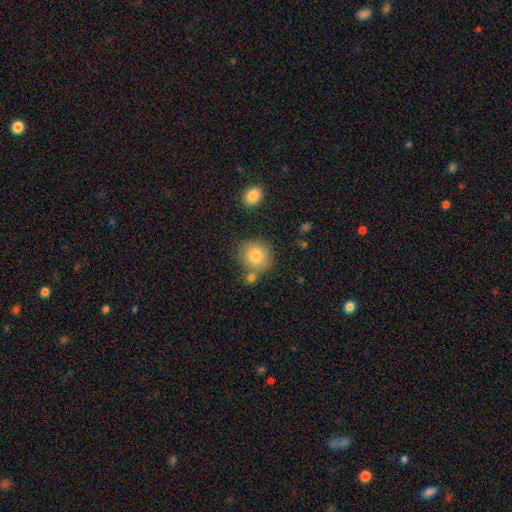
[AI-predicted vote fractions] Smooth or featured? Predicted: smooth (p=0.82). How rounded? Predicted: round (p=0.88). Merging? Predicted: none (p=0.71).